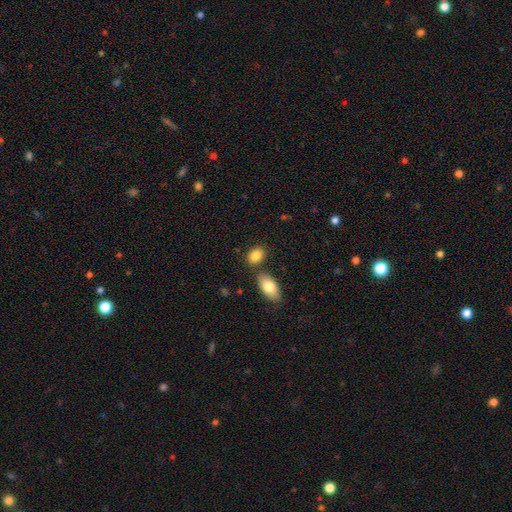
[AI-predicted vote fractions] Smooth or featured? Predicted: smooth (p=0.85). How rounded? Predicted: in between (p=0.83). Merging? Predicted: none (p=0.67).